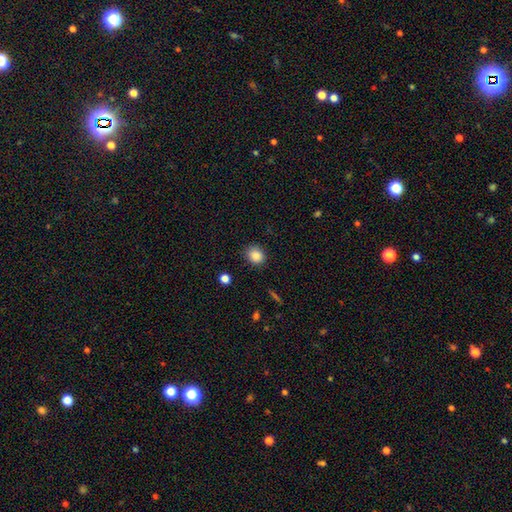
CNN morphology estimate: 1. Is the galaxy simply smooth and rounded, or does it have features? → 87% smooth, 10% star or artifact, 4% featured or disk.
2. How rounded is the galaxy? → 68% round, 31% in between, 1% cigar-shaped.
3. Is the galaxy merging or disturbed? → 84% none, 11% minor disturbance, 3% major disturbance, 1% merger.